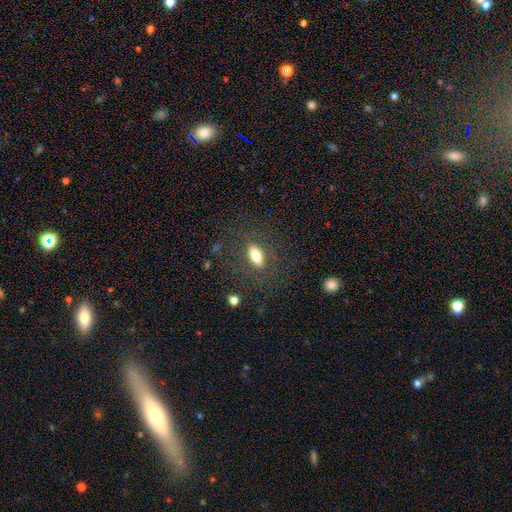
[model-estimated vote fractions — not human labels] Q: Smooth or featured?
A: smooth (68%); runner-up: featured or disk (21%)
Q: How rounded?
A: in between (73%); runner-up: cigar-shaped (22%)
Q: Merging?
A: none (81%); runner-up: minor disturbance (12%)